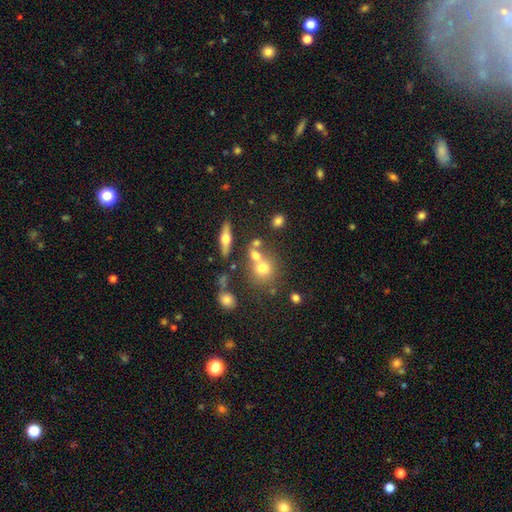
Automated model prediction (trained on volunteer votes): smooth_or_featured: smooth (p=0.62) [alt: featured or disk p=0.23]
how_rounded: round (p=0.71) [alt: in between p=0.26]
merging: none (p=0.46) [alt: merger p=0.39]